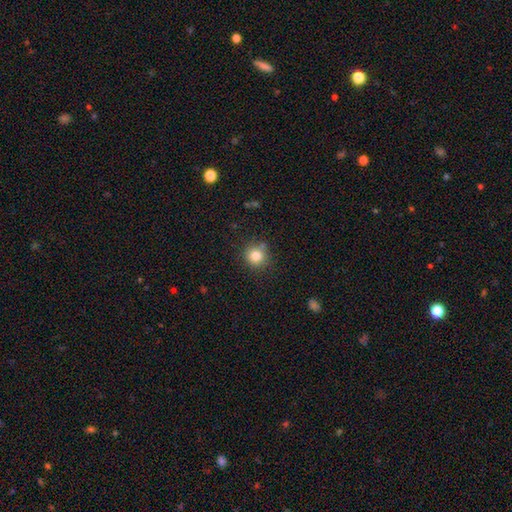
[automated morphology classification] Q: Smooth or featured?
A: smooth (82%); runner-up: star or artifact (12%)
Q: How rounded?
A: round (90%); runner-up: in between (9%)
Q: Merging?
A: none (80%); runner-up: minor disturbance (11%)